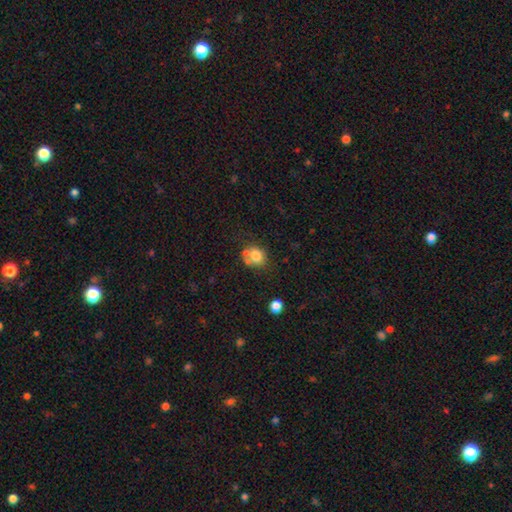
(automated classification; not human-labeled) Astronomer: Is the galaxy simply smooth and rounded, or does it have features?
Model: smooth — 76%.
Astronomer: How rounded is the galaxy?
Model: round — 64%.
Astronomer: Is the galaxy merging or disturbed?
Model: none — 47% (runner-up: merger, 31%).